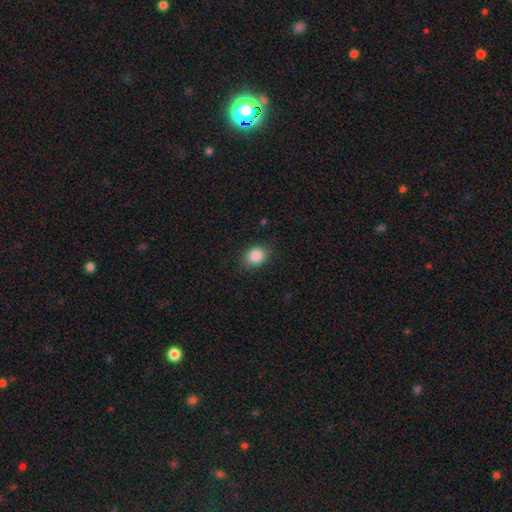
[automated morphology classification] This is clearly a smooth galaxy (86%). How rounded: possibly in between (54%). Merging: clearly none (83%).